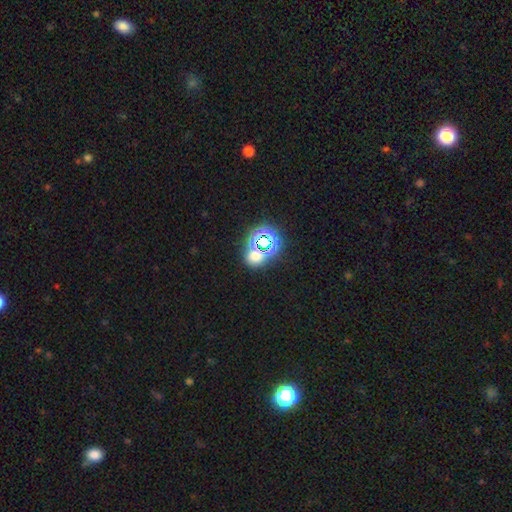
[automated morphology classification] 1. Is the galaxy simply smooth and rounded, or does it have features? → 47% smooth, 44% star or artifact, 9% featured or disk.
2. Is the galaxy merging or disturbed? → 60% none, 24% merger, 11% minor disturbance, 6% major disturbance.